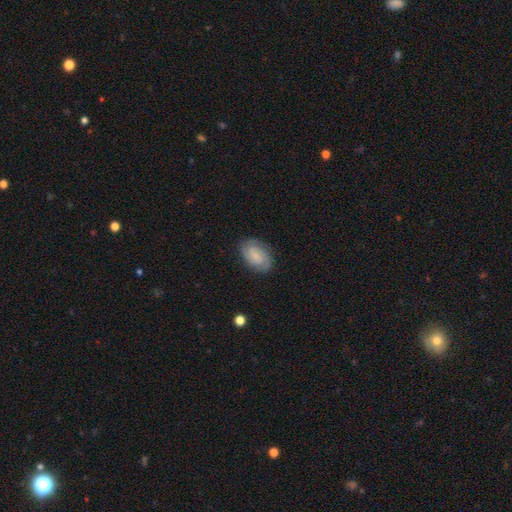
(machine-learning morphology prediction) smooth-or-featured: featured or disk: 53% | smooth: 39% | star or artifact: 8%
  disk-edge-on: no: 97% | yes: 3%
    bar: no: 47% | weak: 44% | strong: 9%
    has-spiral-arms: yes: 90% | no: 10%
    bulge-size: small: 49% | none: 29% | moderate: 18% | large: 3% | dominant: 1%
  merging: none: 81% | minor disturbance: 14% | major disturbance: 4% | merger: 1%